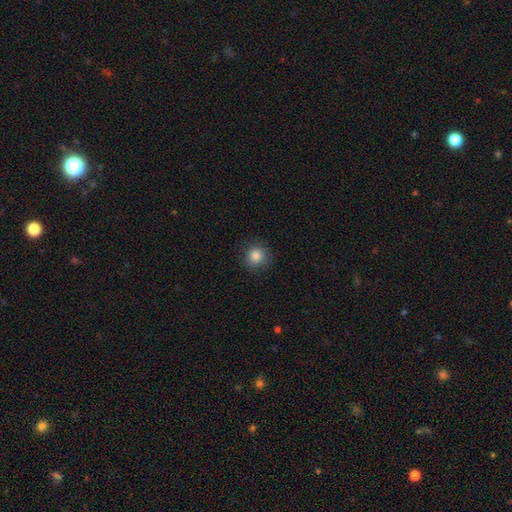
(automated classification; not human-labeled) This appears to be a smooth galaxy with no disk features (85%) that is round (91%). Merging: none (87%).